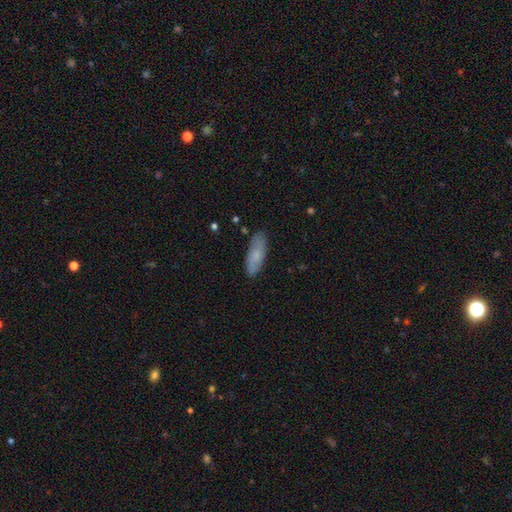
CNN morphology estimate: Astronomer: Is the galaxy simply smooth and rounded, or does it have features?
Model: smooth — 68%.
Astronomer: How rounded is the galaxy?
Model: in between — 64%.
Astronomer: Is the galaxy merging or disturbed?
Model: none — 82%.